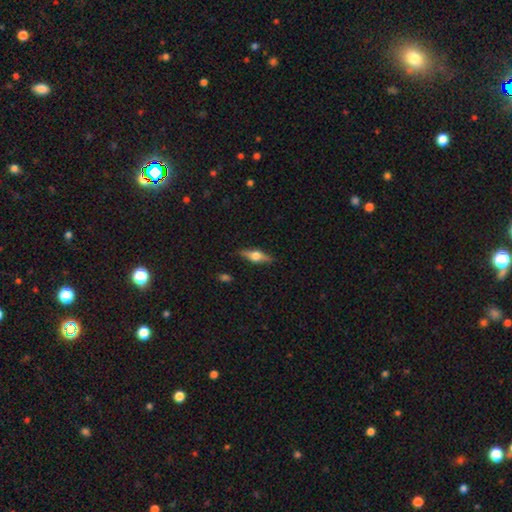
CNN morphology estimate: This is likely a featured or disk galaxy (63%). It is clearly viewed edge-on (95%). Edge-on bulge: clearly rounded (95%). Merging: clearly none (87%).